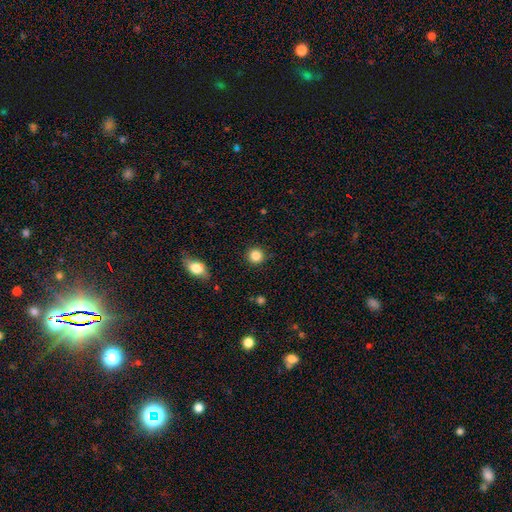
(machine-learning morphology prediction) A smooth galaxy with no disk features (85%) that is round (93%). Merging: none (91%).